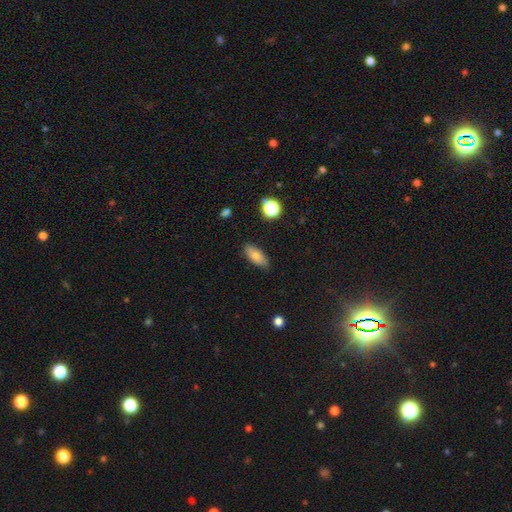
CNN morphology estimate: smooth_or_featured: smooth (p=0.79) [alt: featured or disk p=0.12]
how_rounded: in between (p=0.82) [alt: cigar-shaped p=0.15]
merging: none (p=0.85) [alt: minor disturbance p=0.12]